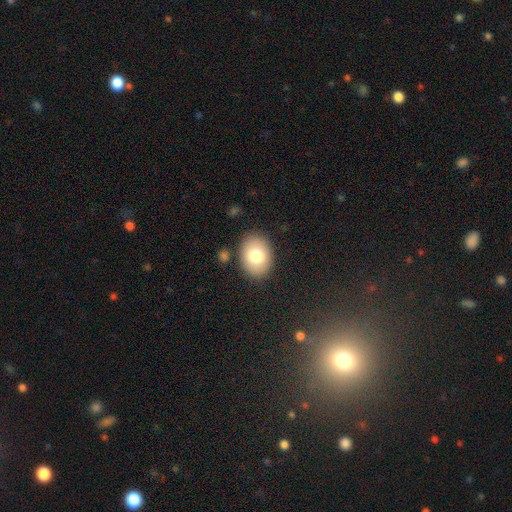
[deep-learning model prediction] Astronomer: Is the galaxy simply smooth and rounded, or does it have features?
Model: smooth — 79%.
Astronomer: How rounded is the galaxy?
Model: in between — 69%.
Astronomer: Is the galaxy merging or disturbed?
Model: none — 85%.